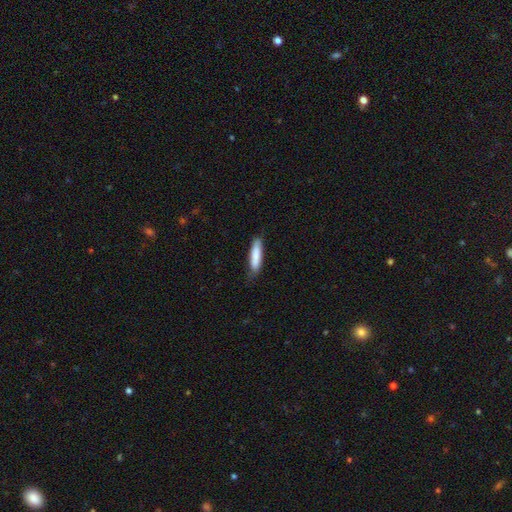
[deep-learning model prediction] This appears to be a smooth galaxy with no disk features (83%) that is cigar-shaped (78%). Merging: none (75%).